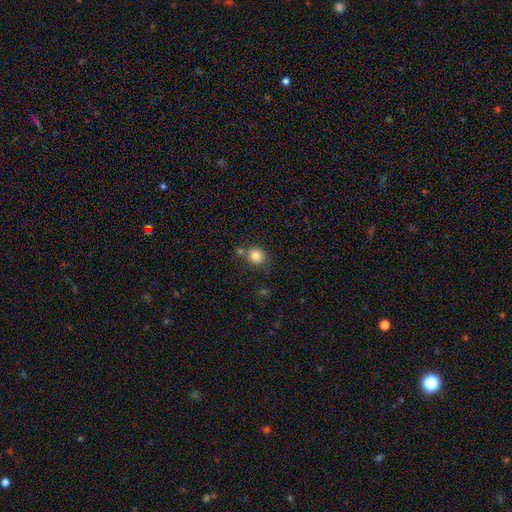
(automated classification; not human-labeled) Smooth or featured: smooth — 84% (star or artifact — 11%)
How rounded: round — 82% (in between — 17%)
Merging: none — 70% (merger — 15%)